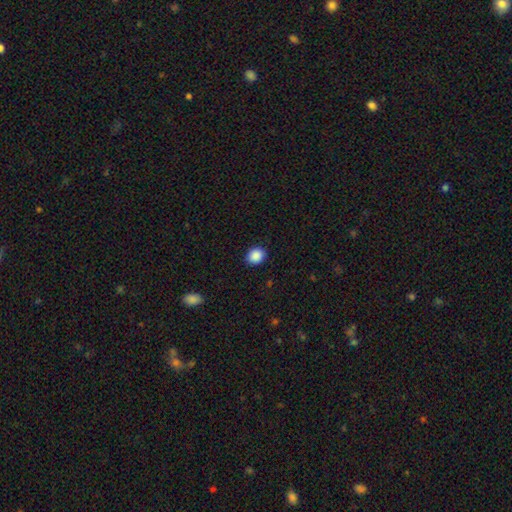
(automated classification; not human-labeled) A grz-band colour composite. It shows a smooth galaxy with no disk features (89%) that is round (69%). Merging: none (89%).